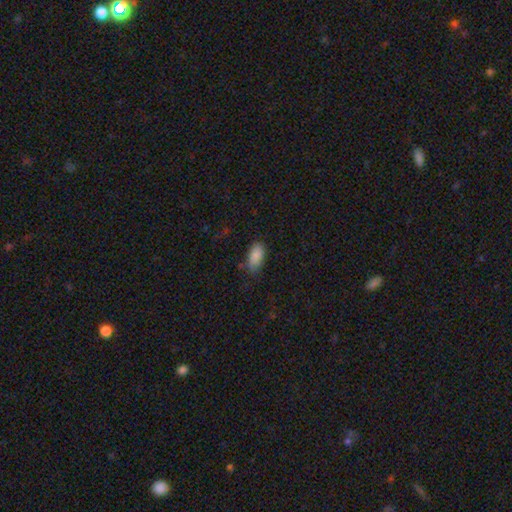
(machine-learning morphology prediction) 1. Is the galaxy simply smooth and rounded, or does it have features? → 88% smooth, 7% star or artifact, 5% featured or disk.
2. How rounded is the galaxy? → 92% in between, 6% cigar-shaped, 3% round.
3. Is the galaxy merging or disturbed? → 75% none, 19% minor disturbance, 4% major disturbance, 2% merger.